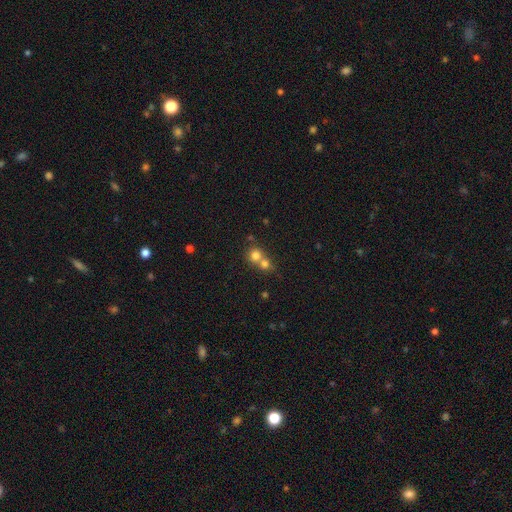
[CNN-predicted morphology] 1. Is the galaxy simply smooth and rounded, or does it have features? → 75% smooth, 13% star or artifact, 12% featured or disk.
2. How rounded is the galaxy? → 86% round, 13% in between, 1% cigar-shaped.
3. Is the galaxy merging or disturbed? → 59% merger, 34% none, 5% minor disturbance, 2% major disturbance.